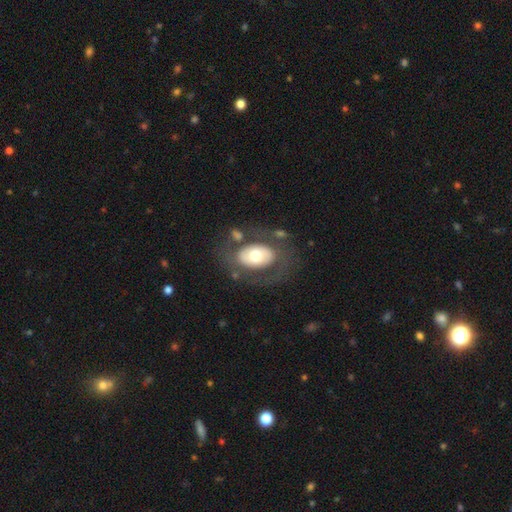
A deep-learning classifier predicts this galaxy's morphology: This is possibly a smooth galaxy (49%). Merging: likely none (62%).